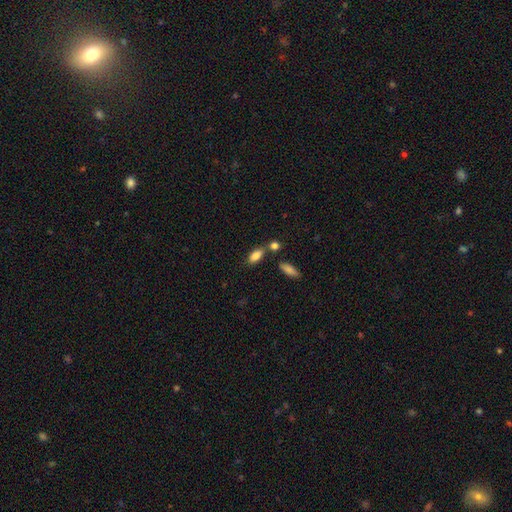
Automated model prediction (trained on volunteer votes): The model was most divided on "merging": none: 60%, merger: 21%, minor disturbance: 14%, major disturbance: 4%. More confident: how rounded — in between (84%); smooth or featured — smooth (83%).